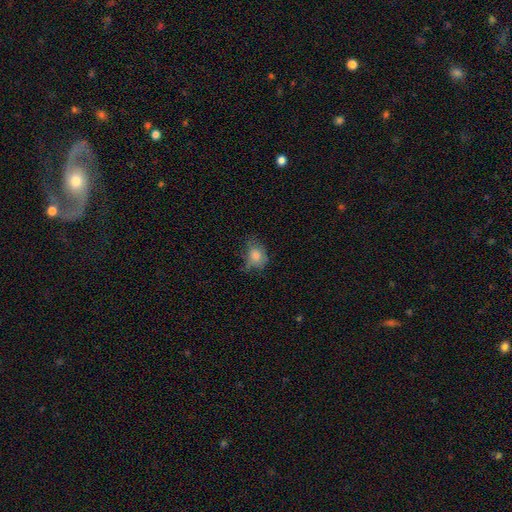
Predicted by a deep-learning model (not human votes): Overall: smooth (75%). How rounded: in between (56%; round 43%). Merging: none (49%; minor disturbance 33%).